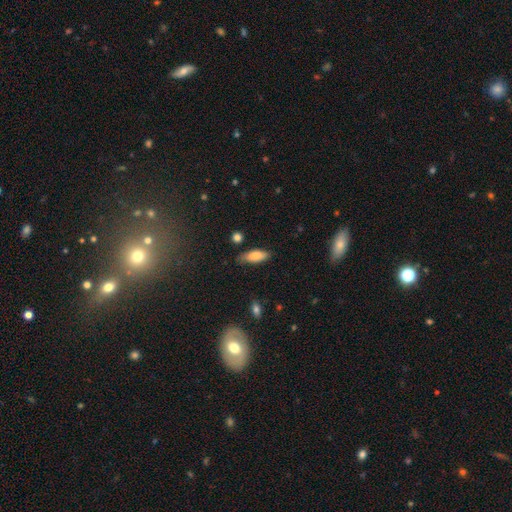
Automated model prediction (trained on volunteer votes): Smooth or featured? smooth (81%)
How rounded? in between (72%)
Merging? none (73%)